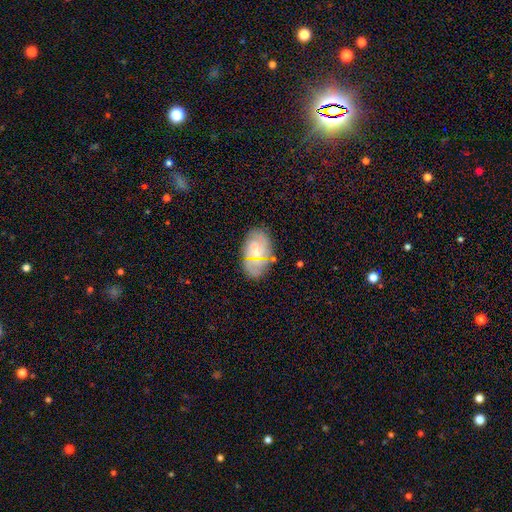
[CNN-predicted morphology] A smooth galaxy with no disk features (49%). Merging: none (78%).